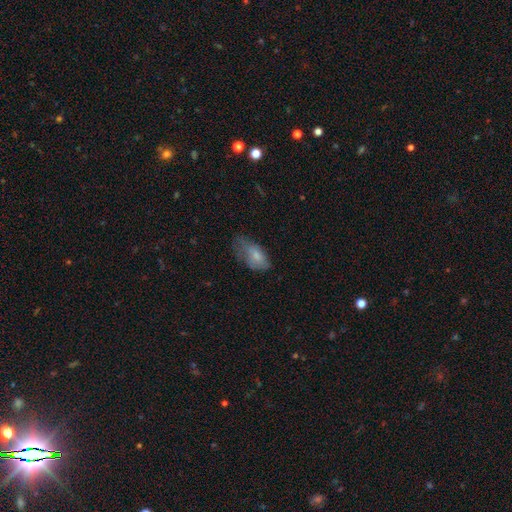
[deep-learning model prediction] A smooth galaxy with no disk features (73%) that is in between round and cigar-shaped (92%). Merging: minor disturbance (40%).